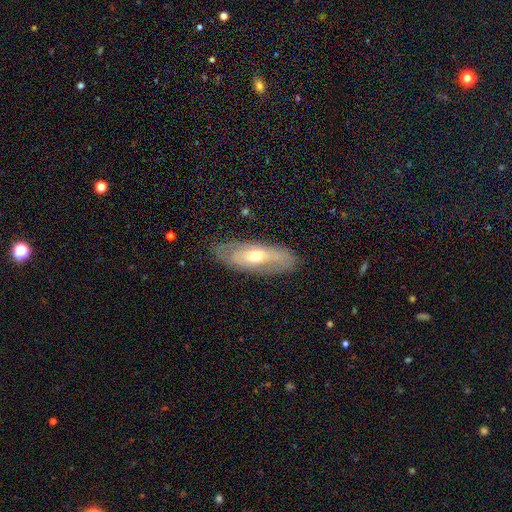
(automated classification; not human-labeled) Smooth or featured?
  - featured or disk: 55% *
  - smooth: 39%
  - star or artifact: 6%
Edge-on disk?
  - no: 74% *
  - yes: 26%
Merging?
  - none: 79% *
  - minor disturbance: 15%
  - major disturbance: 5%
  - merger: 1%